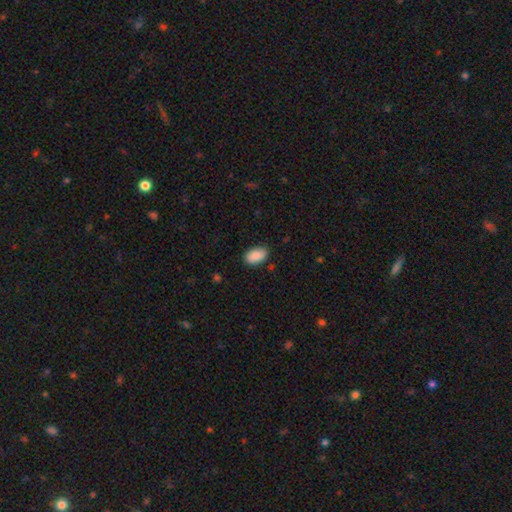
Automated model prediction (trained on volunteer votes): smooth-or-featured: smooth: 88% | star or artifact: 7% | featured or disk: 5%
  how-rounded: in between: 92% | round: 6% | cigar-shaped: 1%
  merging: none: 83% | minor disturbance: 14% | major disturbance: 2% | merger: 1%